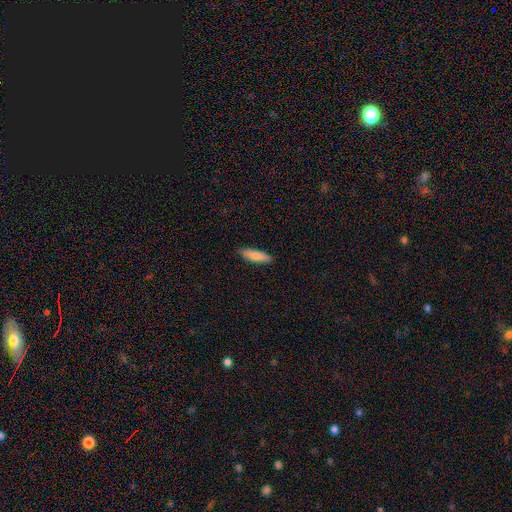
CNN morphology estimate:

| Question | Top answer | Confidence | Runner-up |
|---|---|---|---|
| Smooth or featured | smooth | 84% | featured or disk (10%) |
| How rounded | cigar-shaped | 62% | in between (36%) |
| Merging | none | 89% | minor disturbance (8%) |